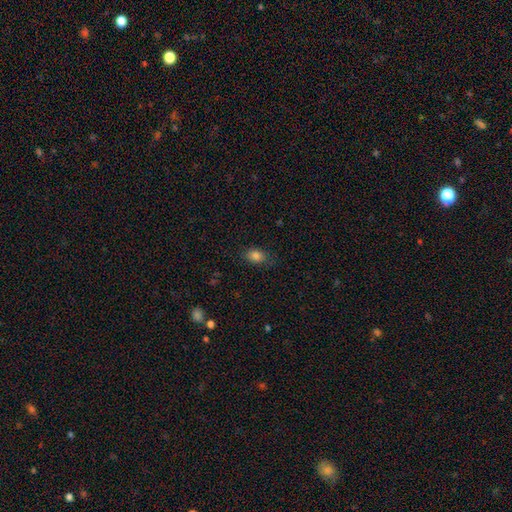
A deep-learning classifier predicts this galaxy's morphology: A smooth galaxy with no disk features (83%) that is in between round and cigar-shaped (75%). Merging: none (79%).